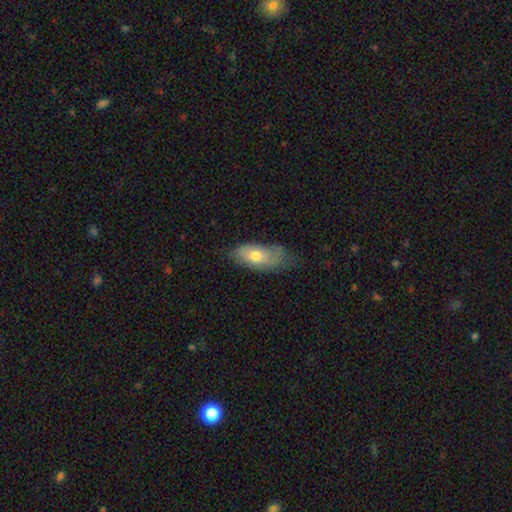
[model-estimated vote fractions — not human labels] smooth-or-featured: smooth: 64% | featured or disk: 30% | star or artifact: 7%
  how-rounded: in between: 88% | cigar-shaped: 8% | round: 4%
  merging: none: 41% | minor disturbance: 39% | major disturbance: 19% | merger: 2%